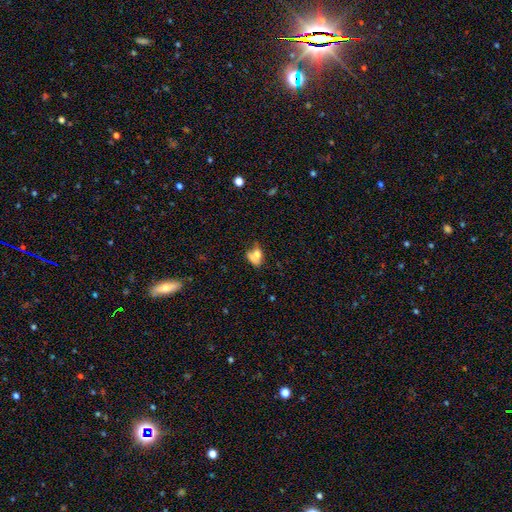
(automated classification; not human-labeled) Overall: smooth (65%). How rounded: in between (65%; round 33%). Merging: merger (39%; none 28%).